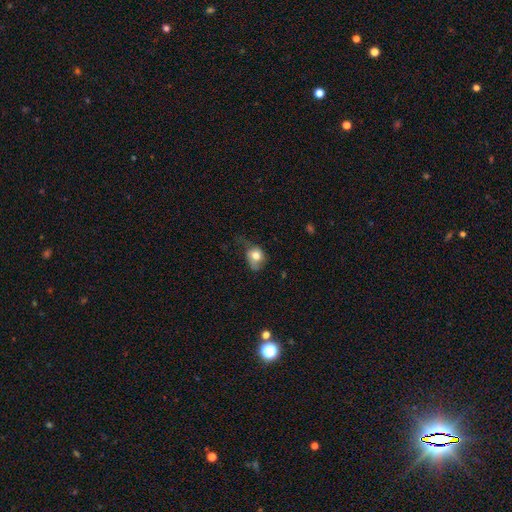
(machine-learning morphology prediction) This is likely a smooth galaxy (72%). How rounded: possibly round (54%). Merging: marginally minor disturbance (35%).